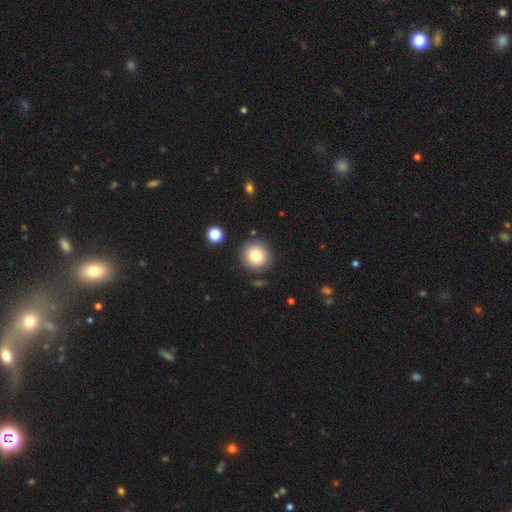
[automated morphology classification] smooth_or_featured: smooth (p=0.78) [alt: featured or disk p=0.11]
how_rounded: round (p=0.94) [alt: in between p=0.05]
merging: none (p=0.85) [alt: minor disturbance p=0.08]